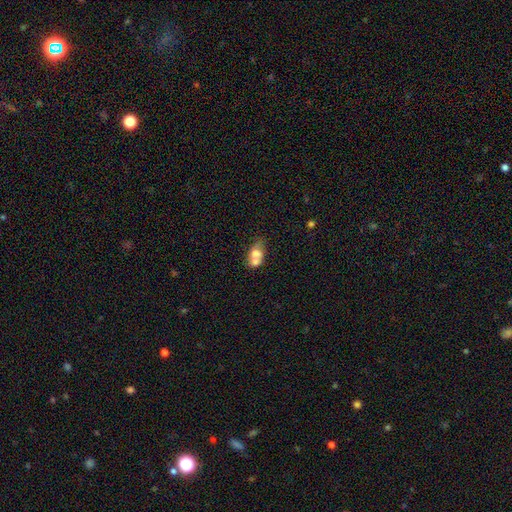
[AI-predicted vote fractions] Q: Smooth or featured?
A: smooth (62%); runner-up: featured or disk (28%)
Q: How rounded?
A: in between (67%); runner-up: round (31%)
Q: Merging?
A: merger (64%); runner-up: none (21%)